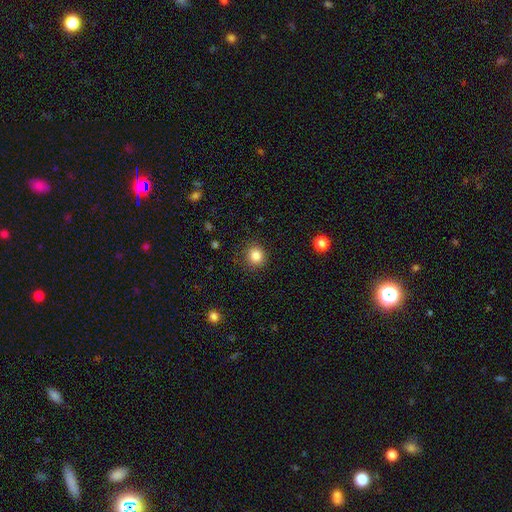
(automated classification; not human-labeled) Q: Smooth or featured?
A: smooth (84%); runner-up: star or artifact (11%)
Q: How rounded?
A: round (89%); runner-up: in between (10%)
Q: Merging?
A: none (89%); runner-up: minor disturbance (7%)